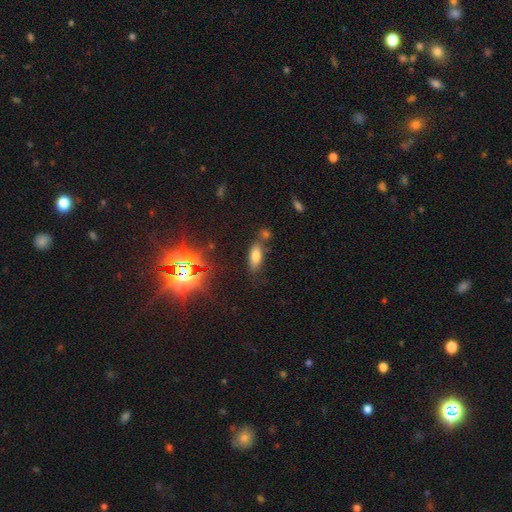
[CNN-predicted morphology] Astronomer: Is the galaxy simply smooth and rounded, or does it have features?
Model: smooth — 67%.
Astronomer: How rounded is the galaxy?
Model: in between — 74%.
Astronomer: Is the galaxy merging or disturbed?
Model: none — 66%.